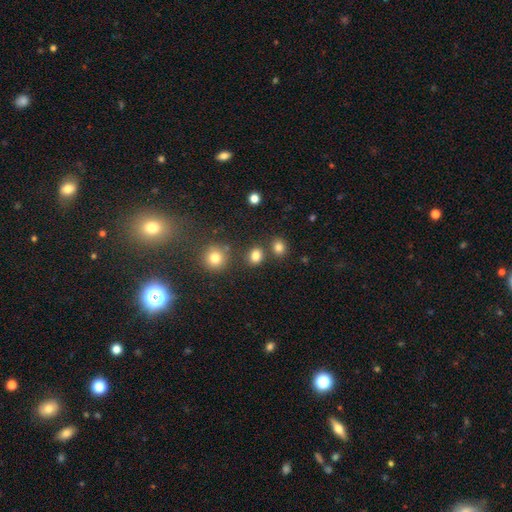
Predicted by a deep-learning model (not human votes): smooth 81%, star or artifact 14%, featured or disk 5%. Down the decision tree: how rounded — round (65%); merging — none (78%).